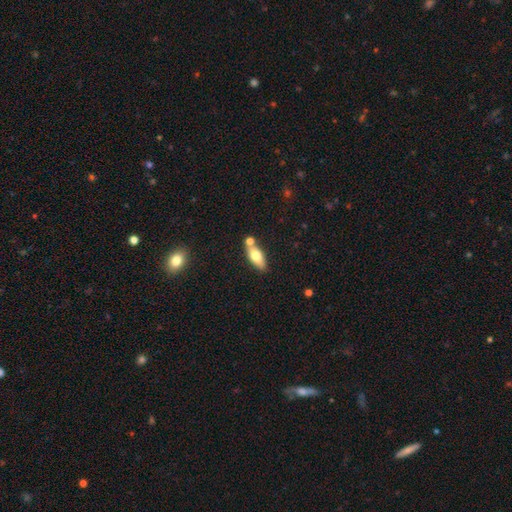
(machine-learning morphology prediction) Overall: smooth (68%). How rounded: in between (78%). Merging: none (62%).